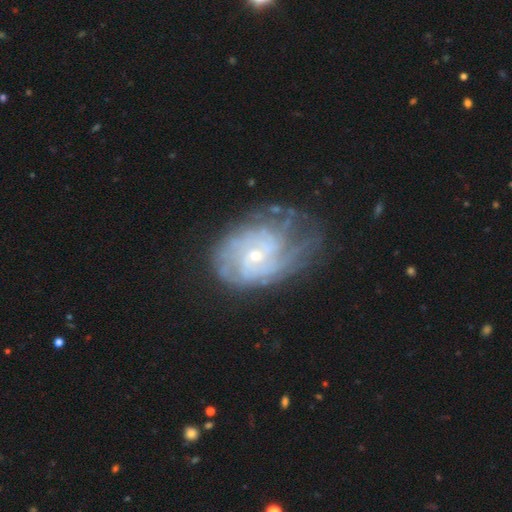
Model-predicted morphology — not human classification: Overall: featured or disk (82%). Edge-on disk: no (97%). Bar: no (69%). Spiral arms: yes (90%). Spiral arm count: can't tell (46%; 2 17%). Spiral winding: tight (59%; medium 31%). Bulge size: small (71%). Merging: none (52%; minor disturbance 25%).